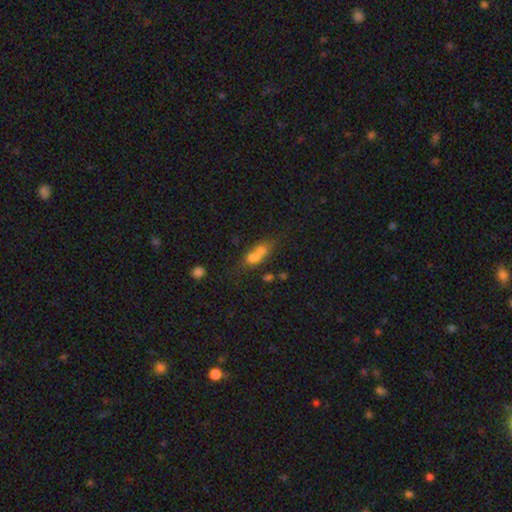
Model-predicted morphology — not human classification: Smooth or featured? smooth (63%)
How rounded? in between (57%)
Merging? merger (59%)